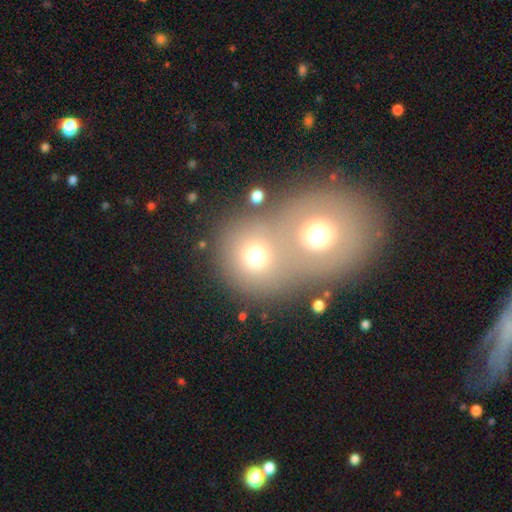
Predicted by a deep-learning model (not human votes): Q: Smooth or featured?
A: smooth (68%); runner-up: featured or disk (17%)
Q: How rounded?
A: round (85%); runner-up: in between (14%)
Q: Merging?
A: merger (62%); runner-up: none (29%)